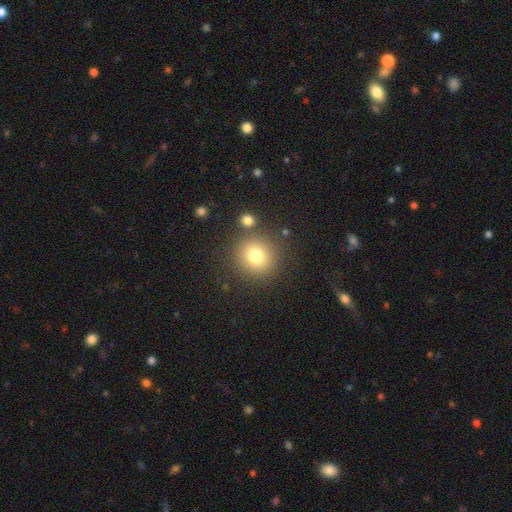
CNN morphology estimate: Smooth or featured? smooth (77%)
How rounded? round (92%)
Merging? none (83%)